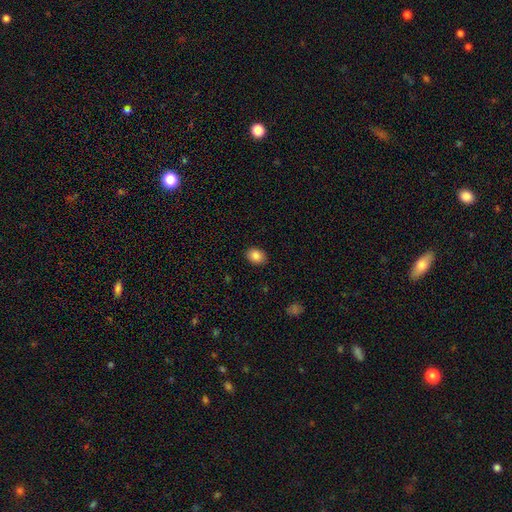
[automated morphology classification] smooth 86%, star or artifact 9%, featured or disk 5%. Down the decision tree: how rounded — in between (65%); merging — none (89%).